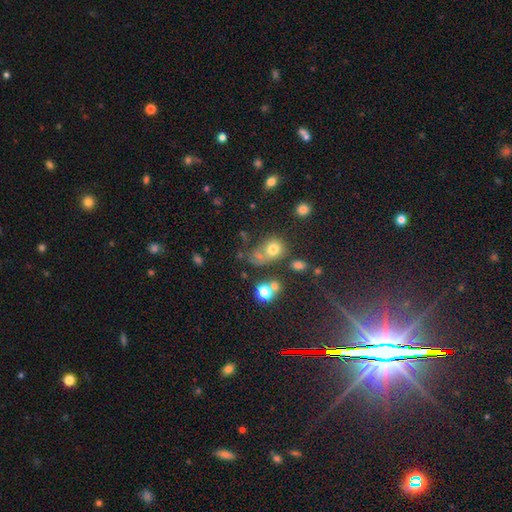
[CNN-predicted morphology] The model was most divided on "merging": none: 43%, merger: 22%, minor disturbance: 18%, major disturbance: 16%. More confident: how rounded — round (64%); smooth or featured — smooth (62%).